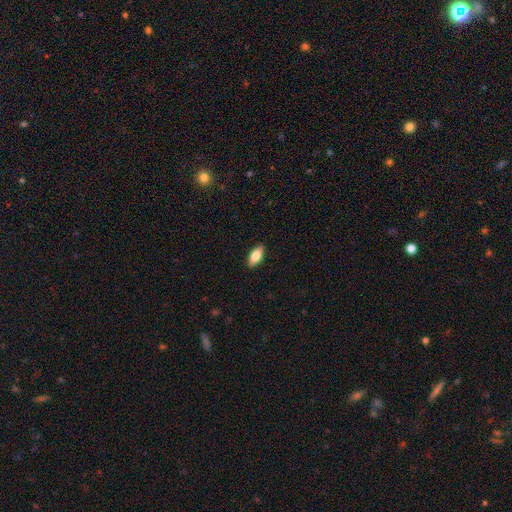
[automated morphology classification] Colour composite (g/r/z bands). It shows a smooth galaxy with no disk features (76%) that is in between round and cigar-shaped (86%). Merging: none (90%).